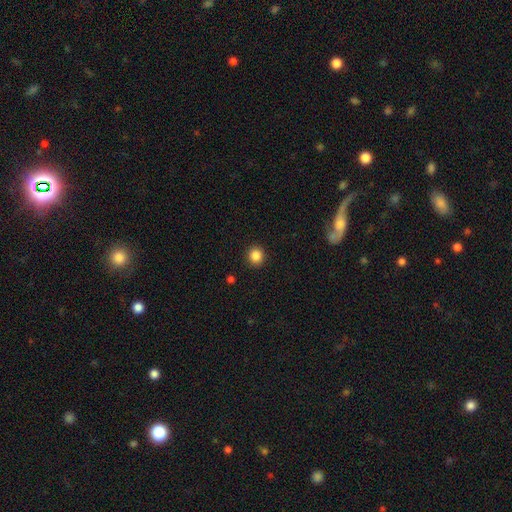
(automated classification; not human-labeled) This appears to be a smooth galaxy with no disk features (85%) that is round (91%). Merging: none (92%).